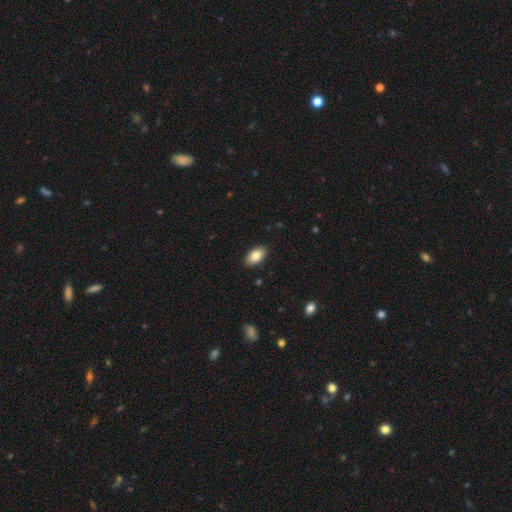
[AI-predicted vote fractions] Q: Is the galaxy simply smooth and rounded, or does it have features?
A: smooth — 82%.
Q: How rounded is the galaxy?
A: in between — 94%.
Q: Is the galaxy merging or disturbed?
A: none — 89%.